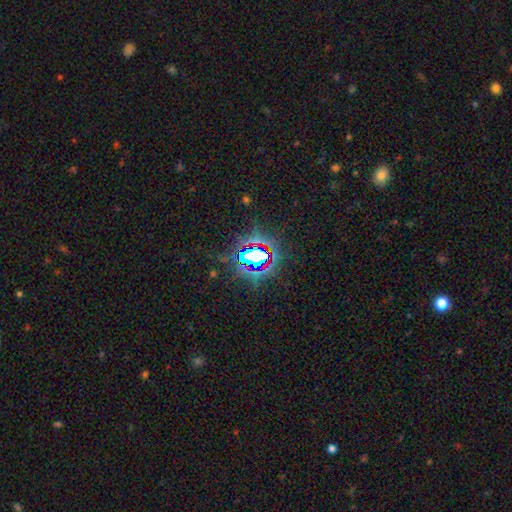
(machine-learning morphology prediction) smooth-or-featured: star or artifact: 75% | smooth: 14% | featured or disk: 11%